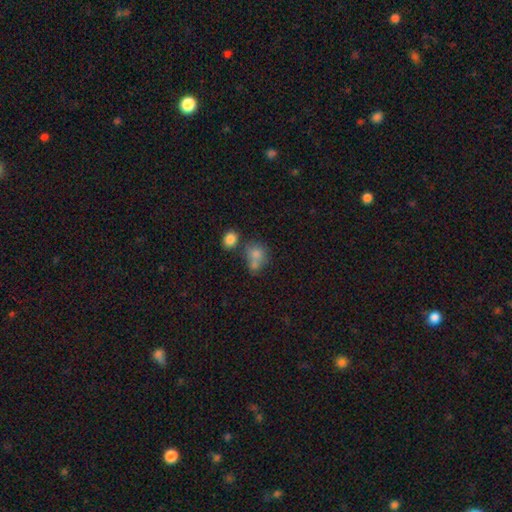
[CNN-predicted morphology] This is likely a smooth galaxy (77%). How rounded: likely round (61%). Merging: marginally merger (42%).